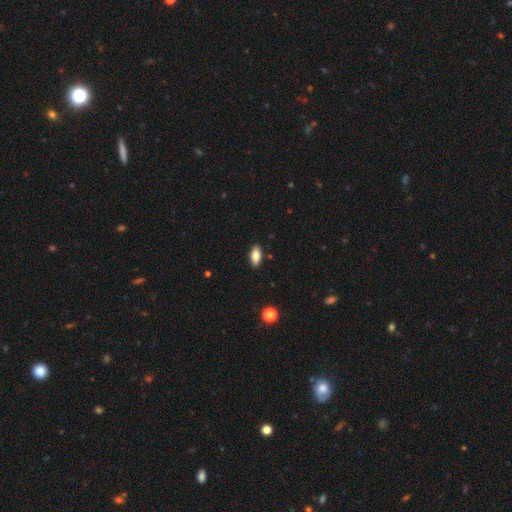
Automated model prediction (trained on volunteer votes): smooth 78%, featured or disk 14%, star or artifact 7%. Down the decision tree: how rounded — in between (86%); merging — none (88%).